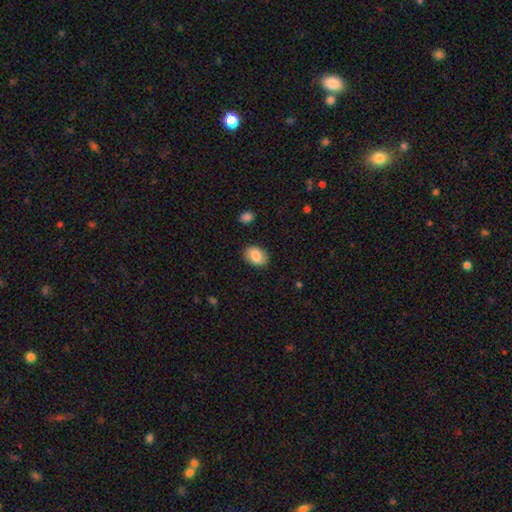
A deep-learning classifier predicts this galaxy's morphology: Overall: smooth (86%). How rounded: in between (76%). Merging: none (86%).